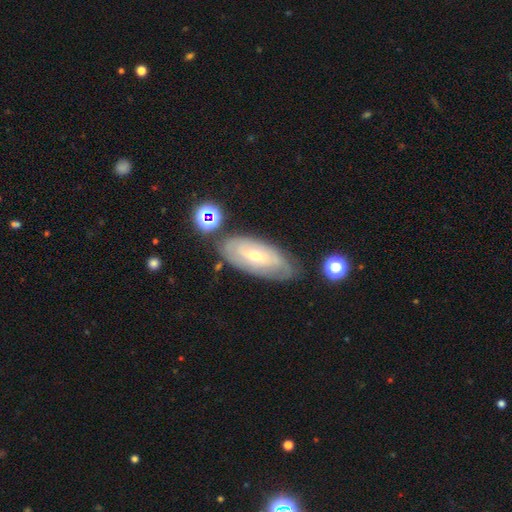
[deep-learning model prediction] Morphology: type=featured or disk (66%); edge-on=no (86%); bar=no (60%); spiral arms=yes (68%); bulge=small (57%); merging=none (75%).